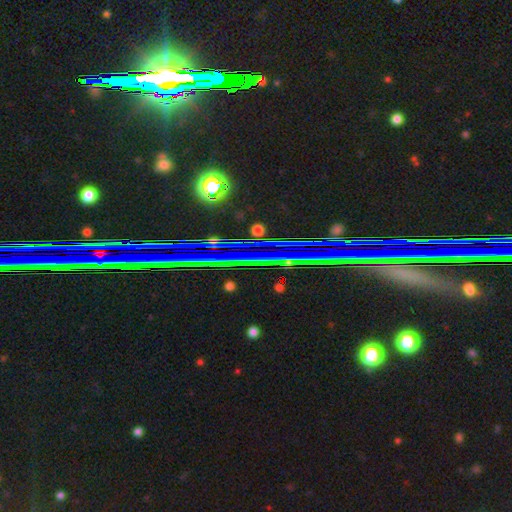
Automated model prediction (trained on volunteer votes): Overall: star or artifact (84%).